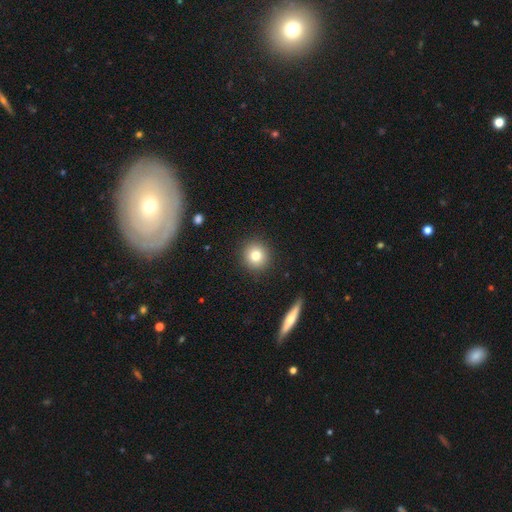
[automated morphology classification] smooth_or_featured: smooth (p=0.79) [alt: star or artifact p=0.11]
how_rounded: round (p=0.92) [alt: in between p=0.07]
merging: none (p=0.90) [alt: minor disturbance p=0.06]